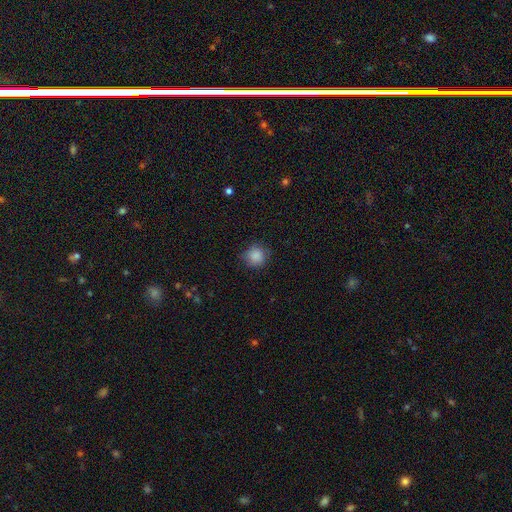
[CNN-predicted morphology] Q: Smooth or featured?
A: smooth (86%); runner-up: star or artifact (9%)
Q: How rounded?
A: round (89%); runner-up: in between (10%)
Q: Merging?
A: none (77%); runner-up: minor disturbance (17%)